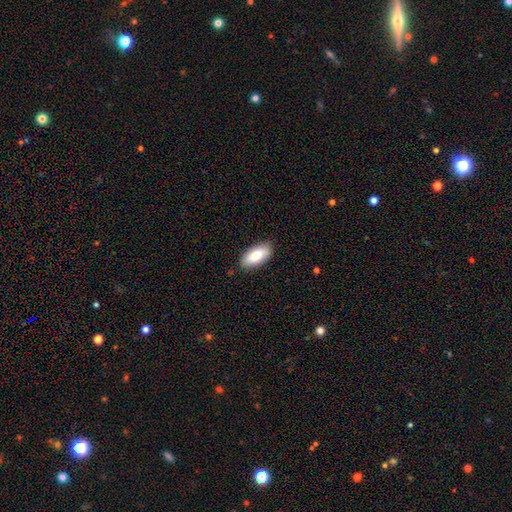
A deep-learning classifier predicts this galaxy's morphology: smooth 79%, featured or disk 15%, star or artifact 6%. Down the decision tree: how rounded — in between (88%); merging — none (87%).